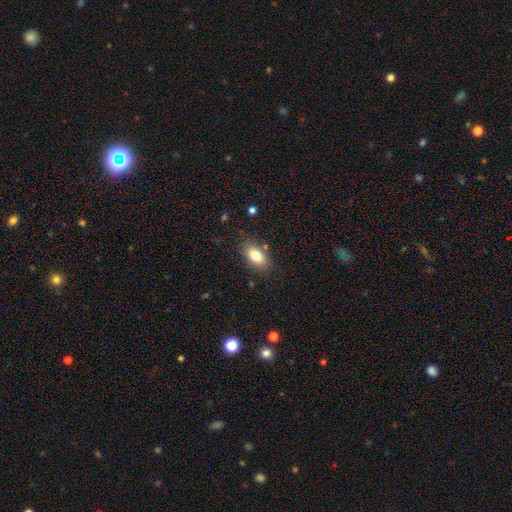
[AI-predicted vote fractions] Smooth or featured? smooth (82%)
How rounded? in between (90%)
Merging? none (80%)